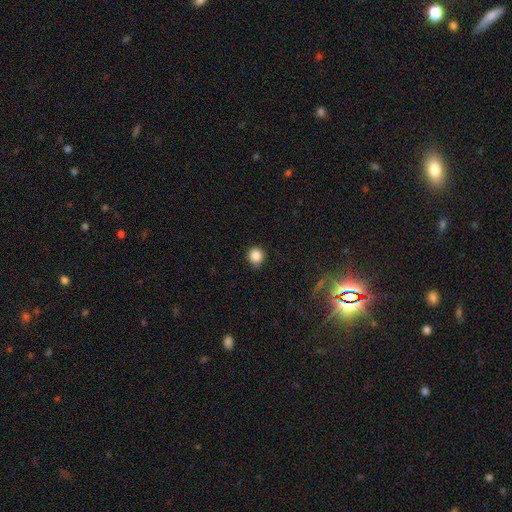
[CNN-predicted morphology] Smooth or featured? Predicted: smooth (p=0.86). How rounded? Predicted: round (p=0.90). Merging? Predicted: none (p=0.86).